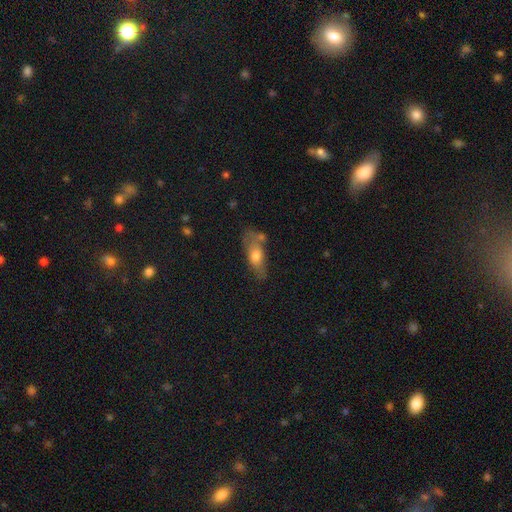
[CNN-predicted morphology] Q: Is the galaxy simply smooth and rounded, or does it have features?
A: smooth — 66%.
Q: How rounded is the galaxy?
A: in between — 73%.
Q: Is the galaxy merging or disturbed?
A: none — 49%.